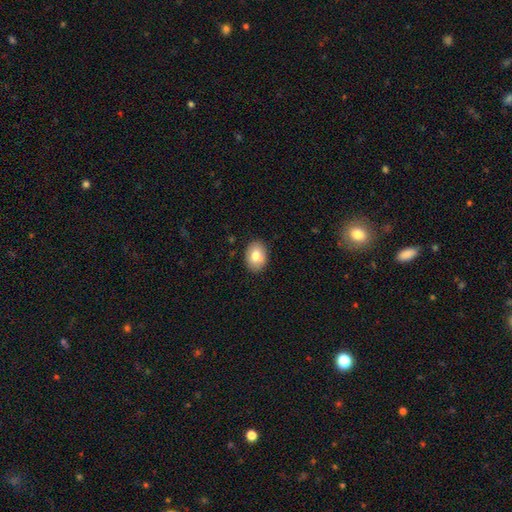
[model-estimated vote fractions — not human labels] This appears to be a smooth galaxy with no disk features (77%) that is in between round and cigar-shaped (73%). Merging: none (83%).